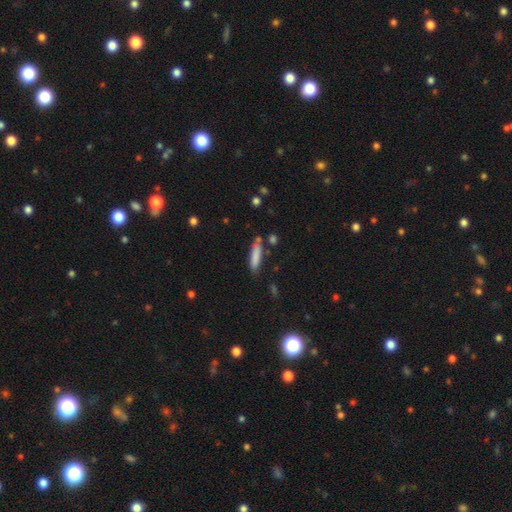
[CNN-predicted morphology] This appears to be a smooth galaxy with no disk features (84%) that is cigar-shaped (73%). Merging: none (75%).